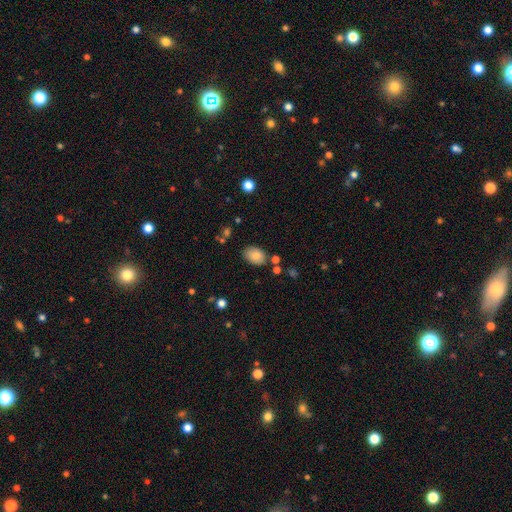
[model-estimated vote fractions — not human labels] smooth-or-featured: smooth: 83% | featured or disk: 9% | star or artifact: 8%
  how-rounded: in between: 85% | round: 14% | cigar-shaped: 1%
  merging: none: 79% | minor disturbance: 14% | merger: 4% | major disturbance: 3%